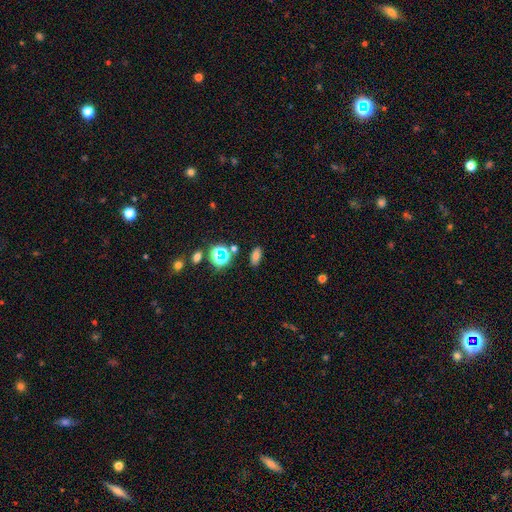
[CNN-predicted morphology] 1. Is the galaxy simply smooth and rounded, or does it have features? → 67% smooth, 22% star or artifact, 11% featured or disk.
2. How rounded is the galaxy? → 84% in between, 10% round, 6% cigar-shaped.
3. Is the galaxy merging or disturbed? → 84% none, 9% minor disturbance, 4% merger, 3% major disturbance.